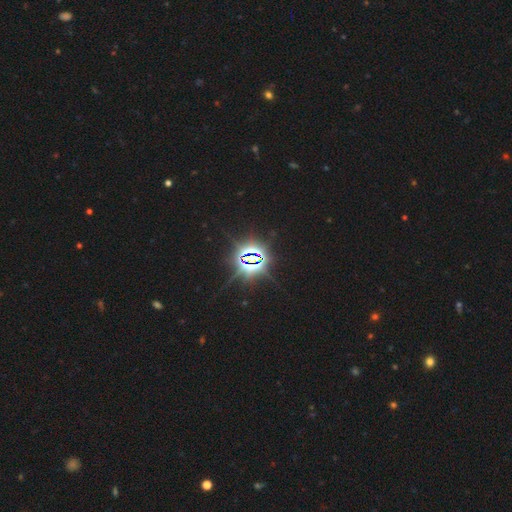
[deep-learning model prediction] A star or artifact, not a galaxy (85%).